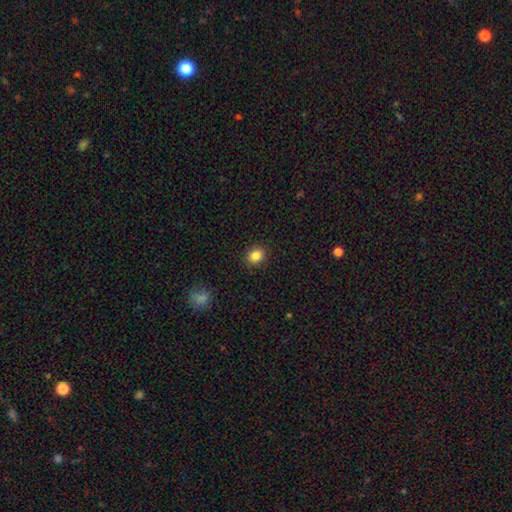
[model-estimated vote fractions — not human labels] smooth-or-featured: smooth: 84% | star or artifact: 10% | featured or disk: 6%
  how-rounded: round: 56% | in between: 43% | cigar-shaped: 1%
  merging: none: 90% | minor disturbance: 7% | major disturbance: 2% | merger: 1%